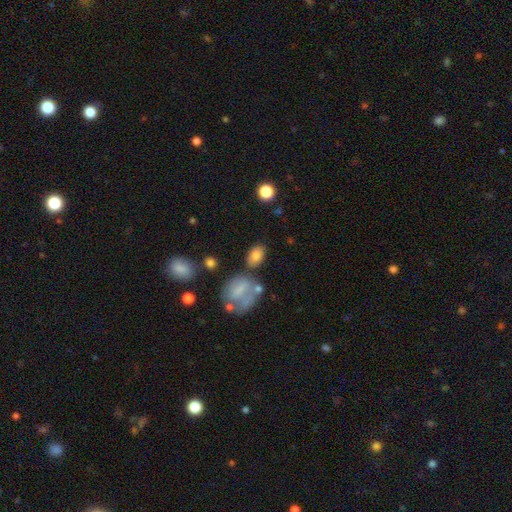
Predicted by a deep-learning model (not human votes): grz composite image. It shows a smooth galaxy with no disk features (80%) that is in between round and cigar-shaped (82%). Merging: none (71%).